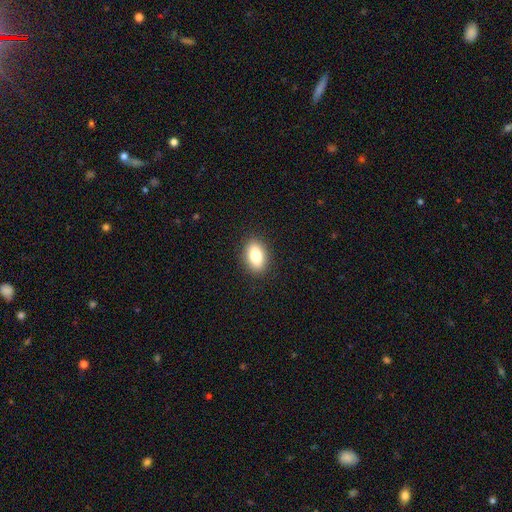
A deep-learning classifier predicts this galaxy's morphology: This appears to be a smooth galaxy with no disk features (81%) that is in between round and cigar-shaped (87%). Merging: none (89%).